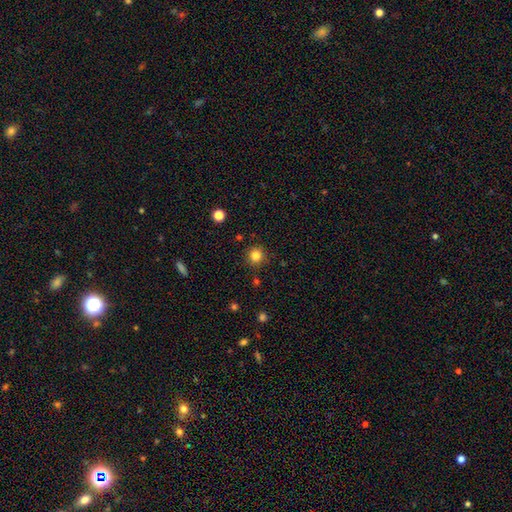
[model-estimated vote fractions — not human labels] This appears to be a smooth galaxy with no disk features (83%) that is round (94%). Merging: none (89%).